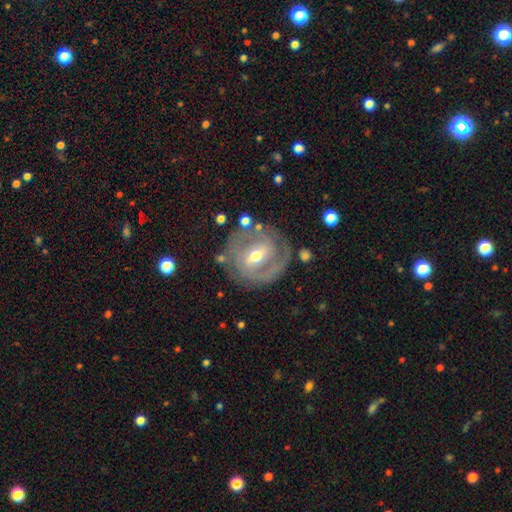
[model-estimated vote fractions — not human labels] Smooth or featured? Predicted: featured or disk (p=0.78). Edge-on disk? Predicted: no (p=0.95). Bar? Predicted: weak (p=0.44). Spiral arms? Predicted: yes (p=0.76). Spiral winding? Predicted: tight (p=0.59). Spiral arm count? Predicted: 2 (p=0.54). Bulge size? Predicted: moderate (p=0.60). Merging? Predicted: none (p=0.72).